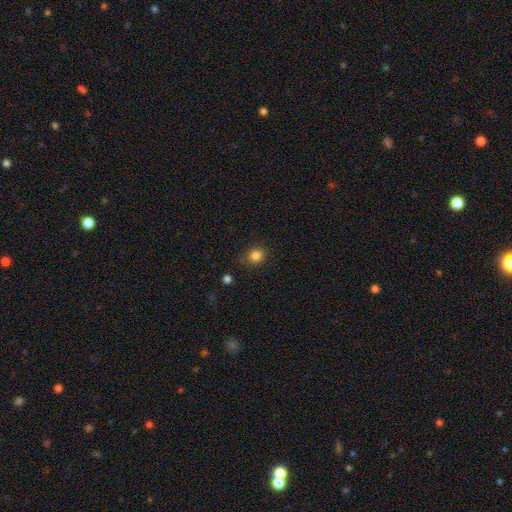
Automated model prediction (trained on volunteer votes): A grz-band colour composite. It shows a smooth galaxy with no disk features (84%) that is round (80%). Merging: none (81%).